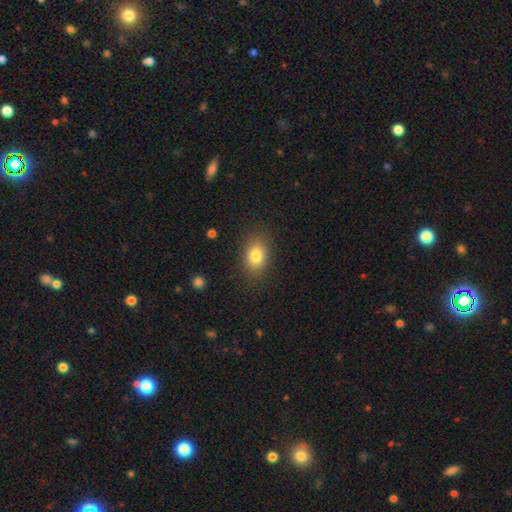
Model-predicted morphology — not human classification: The model was most divided on "how rounded": in between: 74%, round: 24%, cigar-shaped: 1%. More confident: merging — none (85%); smooth or featured — smooth (81%).